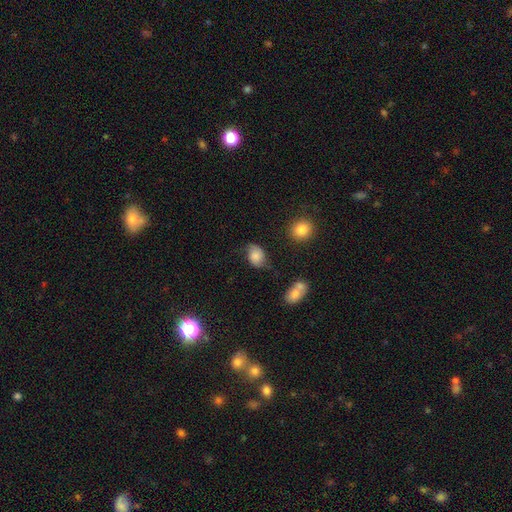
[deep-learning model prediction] Smooth or featured: smooth — 67% (featured or disk — 24%)
How rounded: in between — 71% (round — 27%)
Merging: none — 54% (minor disturbance — 31%)